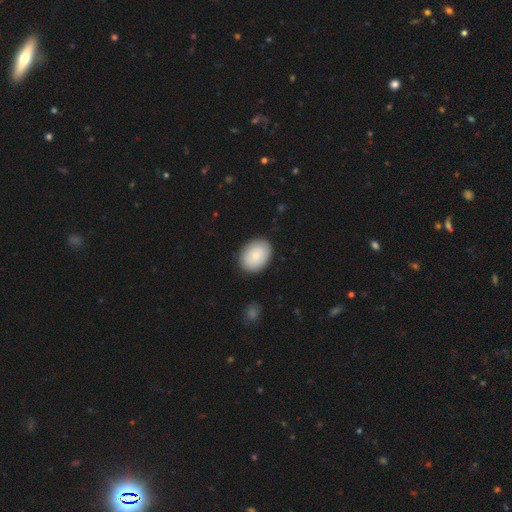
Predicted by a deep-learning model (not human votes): Smooth or featured: smooth — 82% (featured or disk — 12%)
How rounded: in between — 74% (round — 25%)
Merging: none — 88% (minor disturbance — 9%)